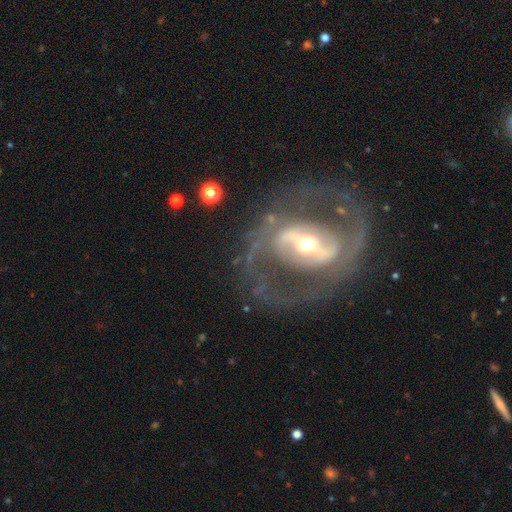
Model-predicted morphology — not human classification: Smooth or featured? Predicted: featured or disk (p=0.86). Edge-on disk? Predicted: no (p=0.95). Bar? Predicted: strong (p=0.47). Spiral arms? Predicted: yes (p=0.79). Spiral winding? Predicted: medium (p=0.48). Spiral arm count? Predicted: 2 (p=0.82). Bulge size? Predicted: moderate (p=0.56). Merging? Predicted: none (p=0.73).